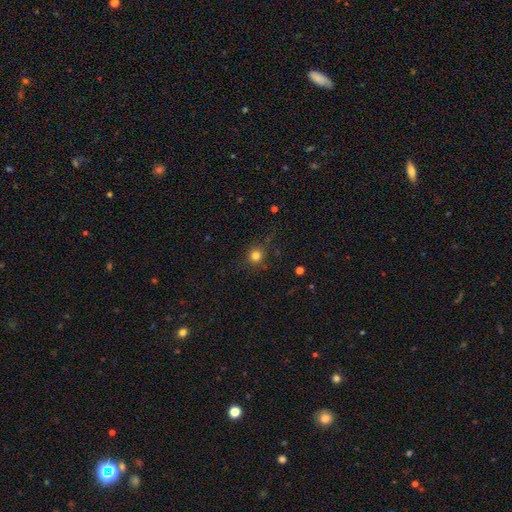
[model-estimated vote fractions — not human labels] This appears to be a smooth galaxy with no disk features (80%) that is round (91%). Merging: none (84%).